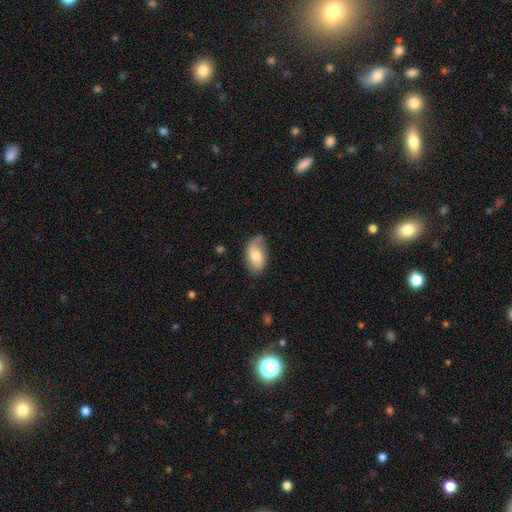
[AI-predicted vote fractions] Smooth or featured? Predicted: smooth (p=0.70). How rounded? Predicted: in between (p=0.93). Merging? Predicted: none (p=0.66).